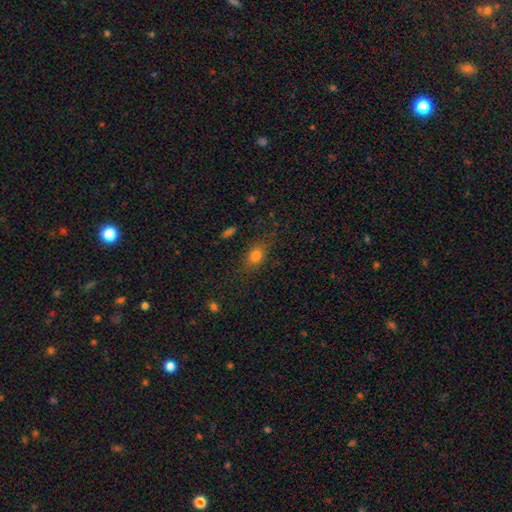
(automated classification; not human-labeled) smooth 75%, star or artifact 13%, featured or disk 11%. Down the decision tree: how rounded — in between (69%); merging — none (76%).